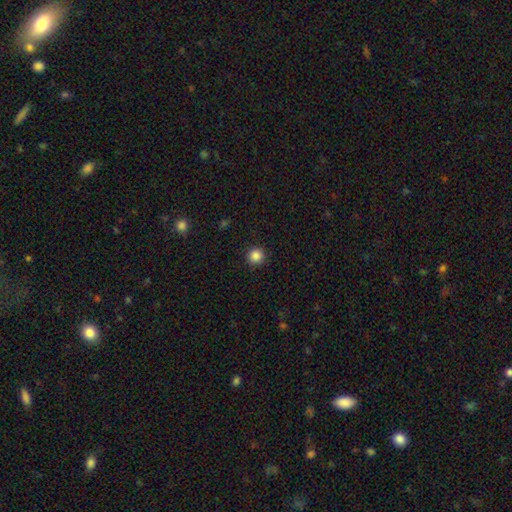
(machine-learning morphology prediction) Smooth or featured: smooth — 86% (star or artifact — 11%)
How rounded: round — 95% (in between — 4%)
Merging: none — 92% (minor disturbance — 5%)